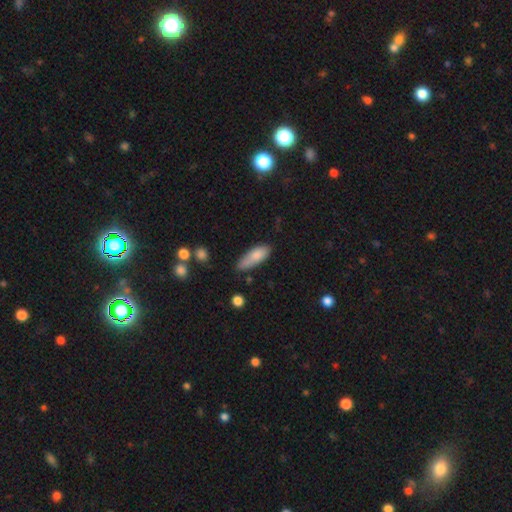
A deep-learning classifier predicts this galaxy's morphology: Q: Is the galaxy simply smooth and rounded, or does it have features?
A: smooth — 80%.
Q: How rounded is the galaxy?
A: in between — 66%.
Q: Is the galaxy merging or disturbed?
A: none — 51%.